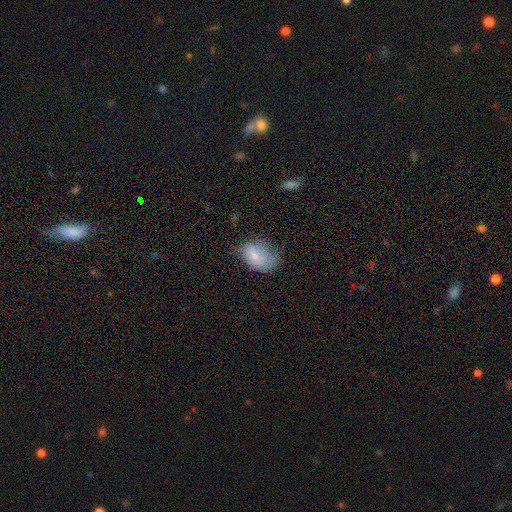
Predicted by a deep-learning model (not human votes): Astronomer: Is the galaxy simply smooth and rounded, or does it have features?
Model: smooth — 67%.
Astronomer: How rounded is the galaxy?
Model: in between — 83%.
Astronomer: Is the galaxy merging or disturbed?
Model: minor disturbance — 39% (runner-up: none, 35%).